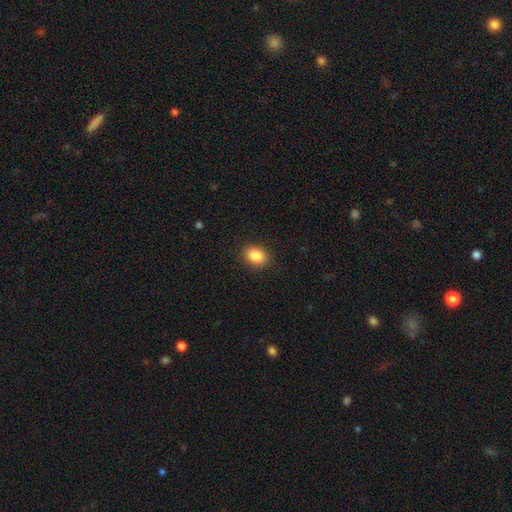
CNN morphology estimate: This appears to be a smooth galaxy with no disk features (87%) that is in between round and cigar-shaped (69%). Merging: none (89%).